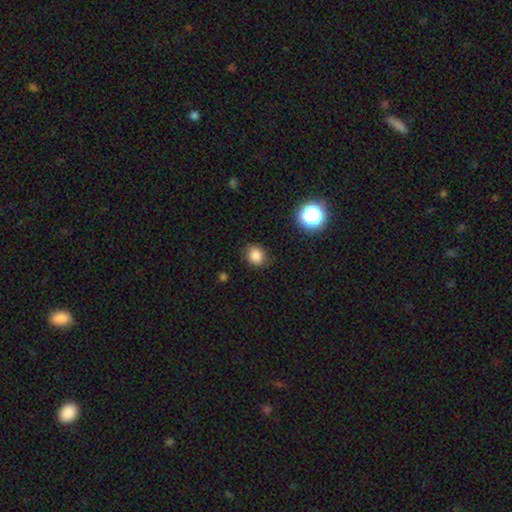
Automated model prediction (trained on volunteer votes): smooth-or-featured: smooth: 84% | star or artifact: 12% | featured or disk: 4%
  how-rounded: round: 69% | in between: 30% | cigar-shaped: 1%
  merging: none: 84% | minor disturbance: 11% | major disturbance: 3% | merger: 1%